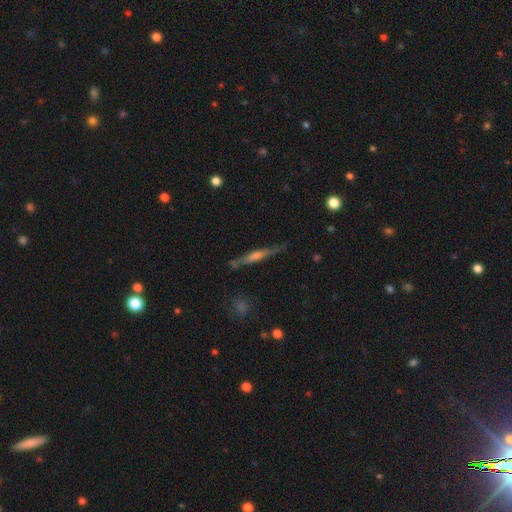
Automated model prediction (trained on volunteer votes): Morphology: type=featured or disk (70%); edge-on=yes (96%); edge-on bulge=rounded (58%); merging=none (84%).